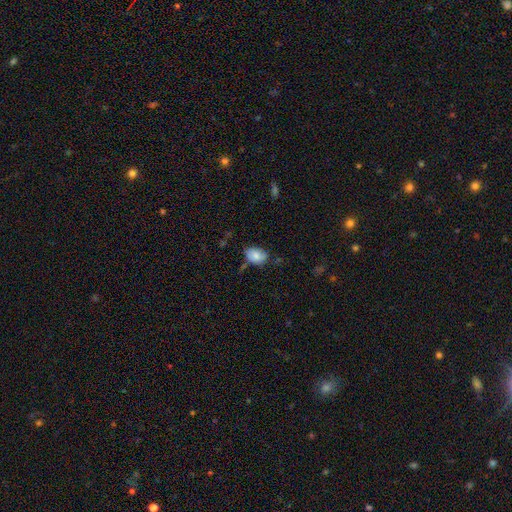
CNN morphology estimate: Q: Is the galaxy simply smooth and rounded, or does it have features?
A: smooth — 79%.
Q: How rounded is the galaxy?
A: in between — 84%.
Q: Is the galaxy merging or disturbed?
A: none — 56%.